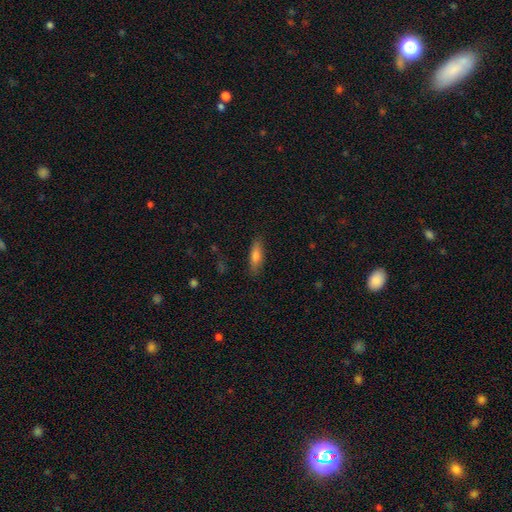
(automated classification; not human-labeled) Smooth or featured? smooth (70%)
How rounded? cigar-shaped (55%)
Merging? none (86%)